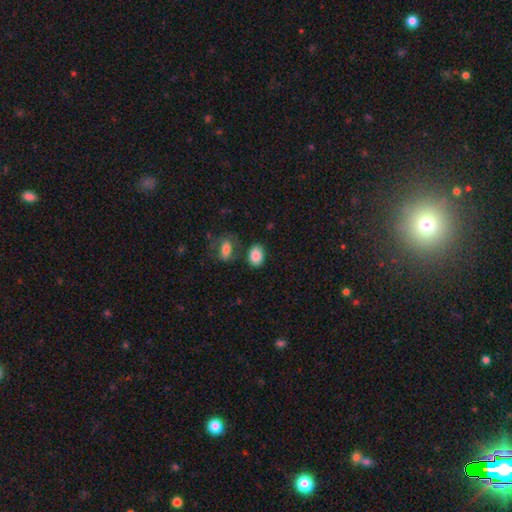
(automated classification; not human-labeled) Overall: smooth (86%). How rounded: in between (82%). Merging: none (66%).